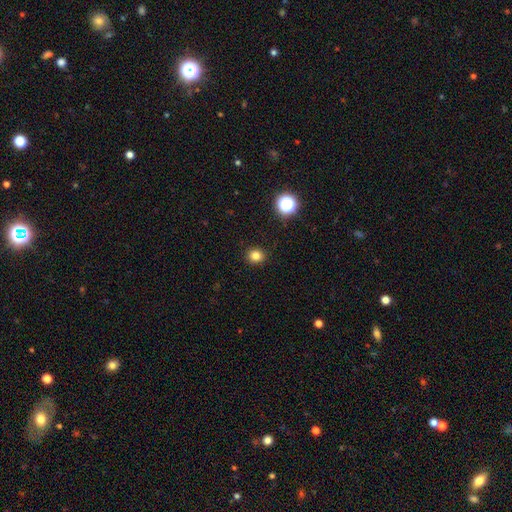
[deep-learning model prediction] This is clearly a smooth galaxy (81%). How rounded: clearly round (81%). Merging: clearly none (91%).